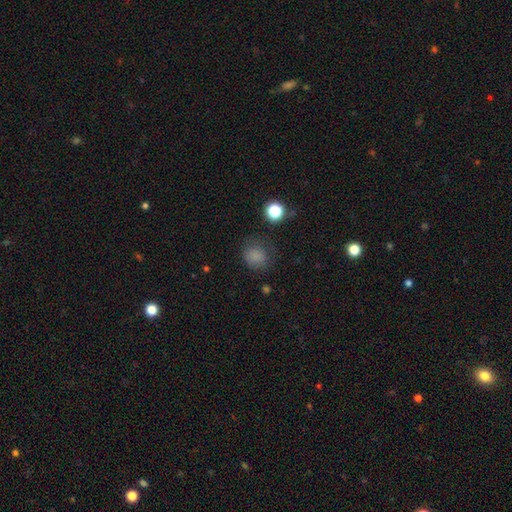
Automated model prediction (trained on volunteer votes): Smooth or featured? Predicted: smooth (p=0.79). How rounded? Predicted: round (p=0.79). Merging? Predicted: none (p=0.70).